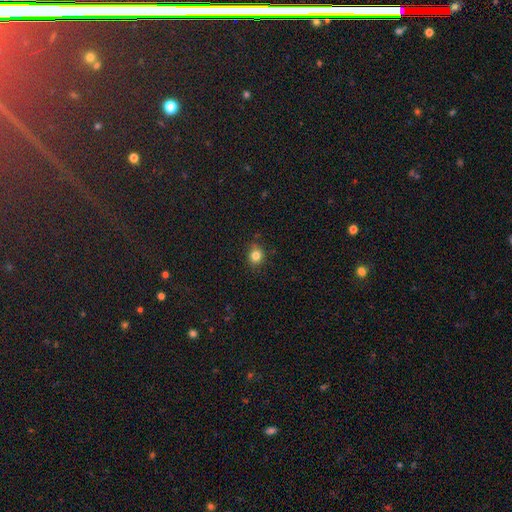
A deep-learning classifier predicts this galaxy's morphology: Smooth or featured? Predicted: smooth (p=0.82). How rounded? Predicted: round (p=0.70). Merging? Predicted: none (p=0.84).